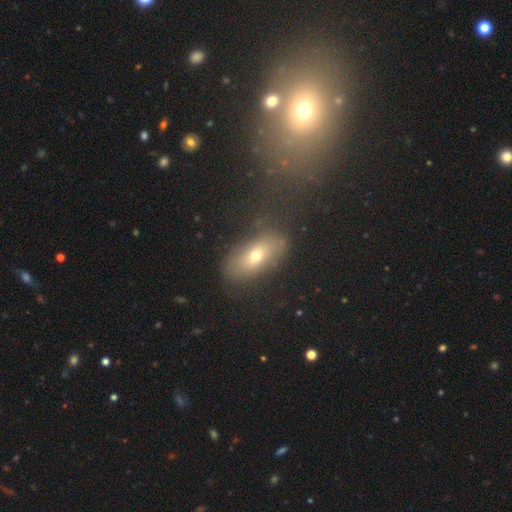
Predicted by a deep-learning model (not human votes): Smooth or featured? Predicted: smooth (p=0.59). How rounded? Predicted: in between (p=0.81). Merging? Predicted: none (p=0.71).